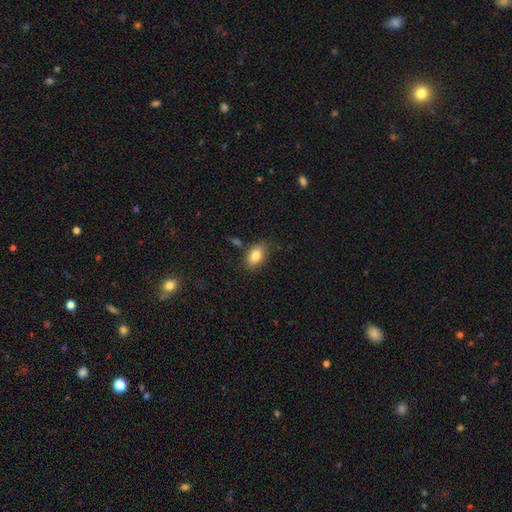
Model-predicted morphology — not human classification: Overall: smooth (83%). How rounded: in between (89%). Merging: none (75%).